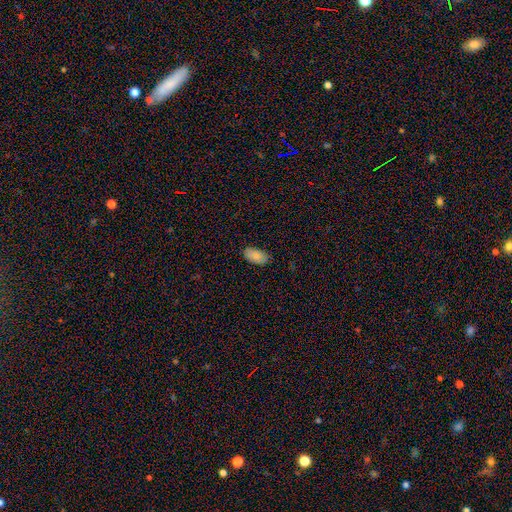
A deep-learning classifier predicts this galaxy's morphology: A smooth galaxy with no disk features (84%) that is in between round and cigar-shaped (95%).

Vote fractions:
- Smooth or featured? smooth: 84% / featured or disk: 9% / star or artifact: 7%
- How rounded? in between: 95% / round: 3% / cigar-shaped: 2%
- Merging? none: 84% / minor disturbance: 13% / major disturbance: 2% / merger: 1%